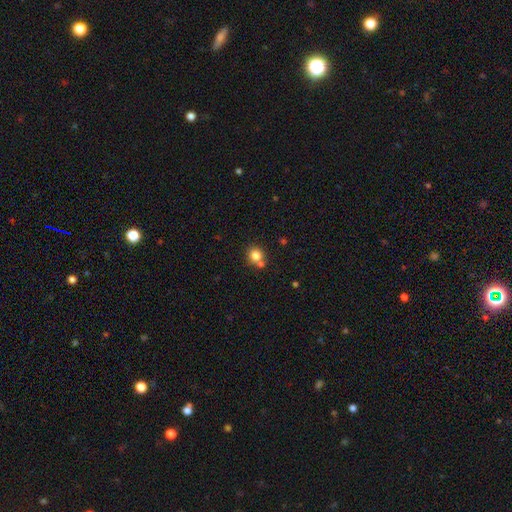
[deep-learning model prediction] A smooth galaxy with no disk features (81%) that is round (88%).

Vote fractions:
- Smooth or featured? smooth: 81% / star or artifact: 12% / featured or disk: 8%
- How rounded? round: 88% / in between: 11% / cigar-shaped: 1%
- Merging? none: 64% / merger: 25% / minor disturbance: 8% / major disturbance: 3%